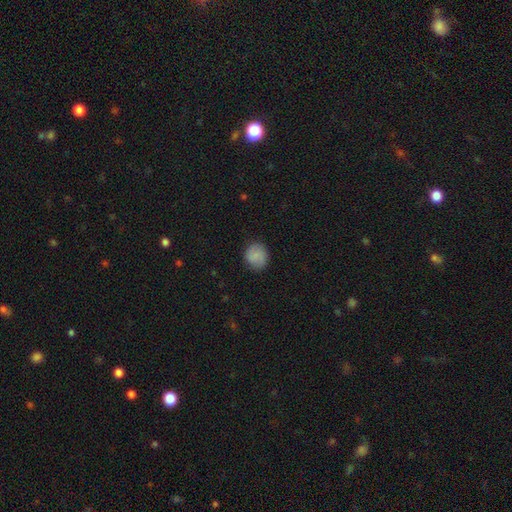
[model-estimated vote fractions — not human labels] smooth-or-featured: smooth: 84% | featured or disk: 9% | star or artifact: 8%
  how-rounded: round: 80% | in between: 19% | cigar-shaped: 1%
  merging: none: 84% | minor disturbance: 11% | major disturbance: 3% | merger: 1%